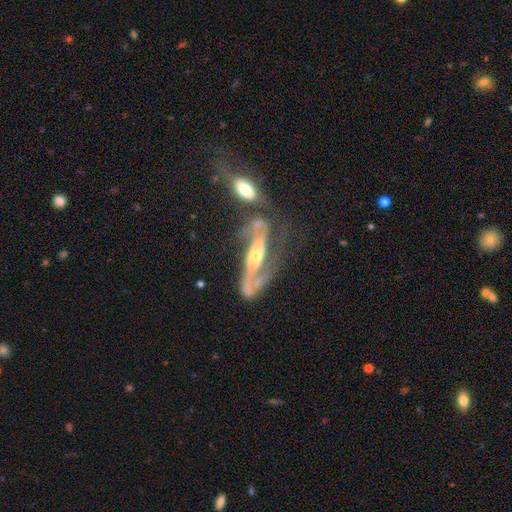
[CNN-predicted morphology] type=featured or disk (85%); edge-on=no (81%); bar=no (42%); spiral arms=yes (91%); winding=loose (46%); arm count=2 (80%); bulge=moderate (59%); merging=none (31%, tied with merger).